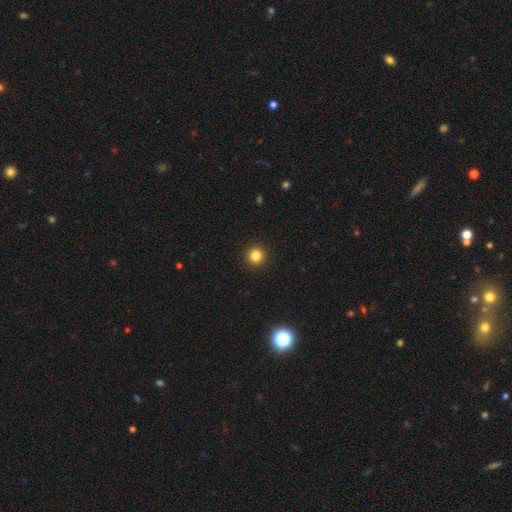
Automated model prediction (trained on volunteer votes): Overall: smooth (83%). How rounded: round (95%). Merging: none (93%).